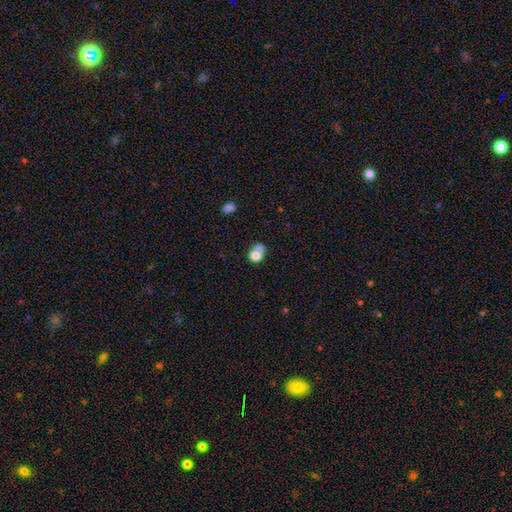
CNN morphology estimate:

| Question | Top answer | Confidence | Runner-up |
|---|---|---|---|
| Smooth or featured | smooth | 73% | featured or disk (16%) |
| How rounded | round | 58% | in between (41%) |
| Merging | merger | 45% | none (31%) |